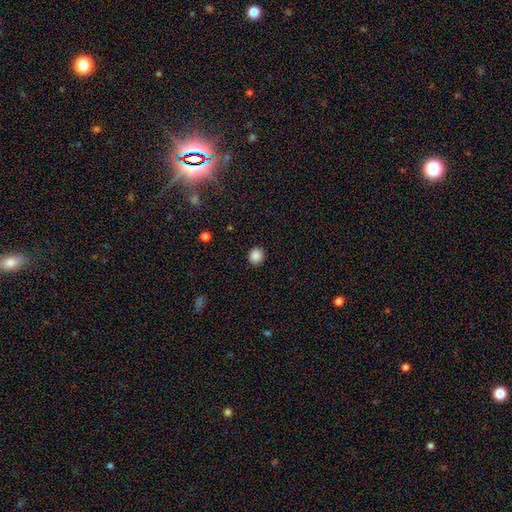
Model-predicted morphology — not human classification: Smooth or featured? smooth (87%)
How rounded? round (85%)
Merging? none (91%)